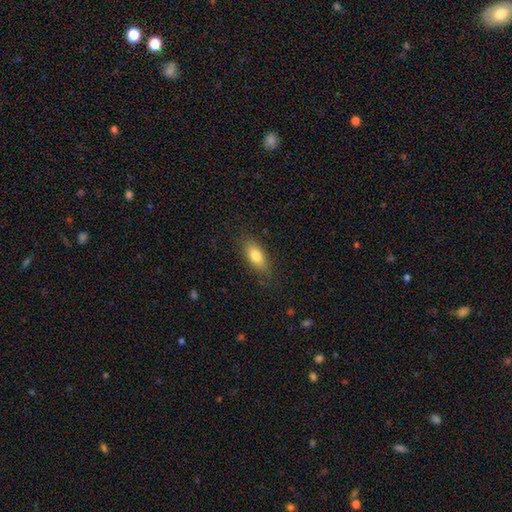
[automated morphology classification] This is likely a smooth galaxy (78%). How rounded: clearly in between (80%). Merging: clearly none (81%).